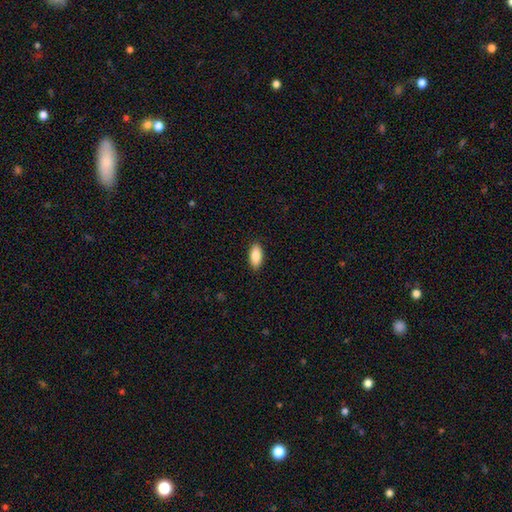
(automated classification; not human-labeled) Smooth or featured: smooth — 87% (featured or disk — 7%)
How rounded: in between — 88% (cigar-shaped — 9%)
Merging: none — 89% (minor disturbance — 8%)